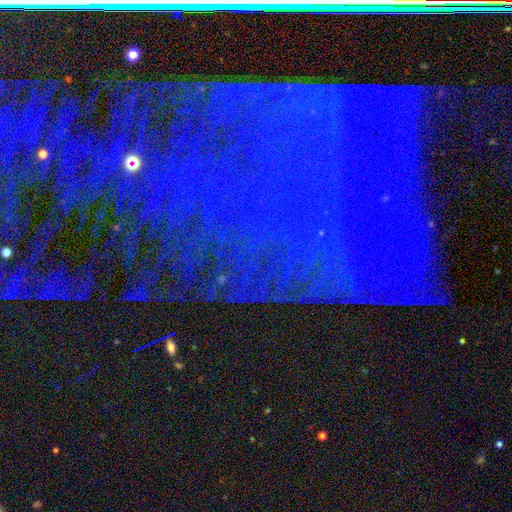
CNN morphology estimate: This appears to be a star or artifact, not a galaxy (84%).